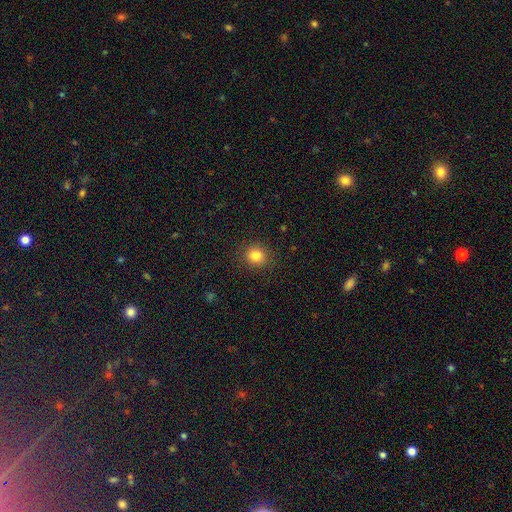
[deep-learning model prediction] This appears to be a smooth galaxy with no disk features (83%) that is round (84%). Merging: none (89%).